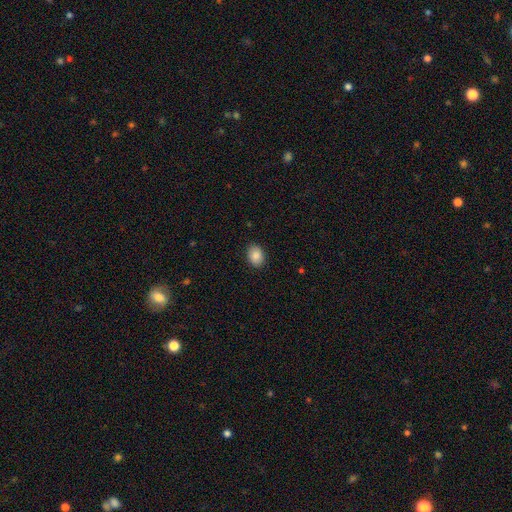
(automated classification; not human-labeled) A smooth galaxy with no disk features (87%) that is in between round and cigar-shaped (60%).

Vote fractions:
- Smooth or featured? smooth: 87% / star or artifact: 8% / featured or disk: 5%
- How rounded? in between: 60% / round: 39% / cigar-shaped: 1%
- Merging? none: 89% / minor disturbance: 8% / major disturbance: 2% / merger: 1%